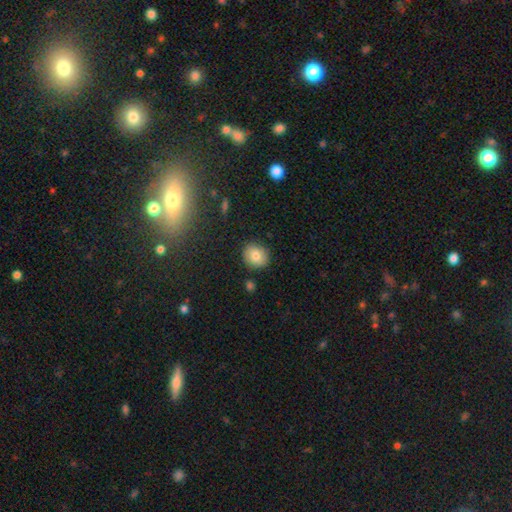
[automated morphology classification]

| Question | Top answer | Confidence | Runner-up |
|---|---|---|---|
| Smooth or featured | smooth | 83% | star or artifact (9%) |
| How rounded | round | 78% | in between (21%) |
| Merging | none | 87% | minor disturbance (8%) |